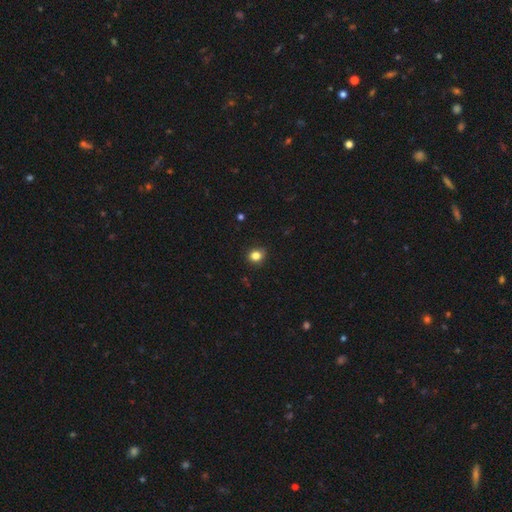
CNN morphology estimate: smooth_or_featured: smooth (p=0.83) [alt: star or artifact p=0.12]
how_rounded: round (p=0.71) [alt: in between p=0.28]
merging: none (p=0.86) [alt: minor disturbance p=0.10]